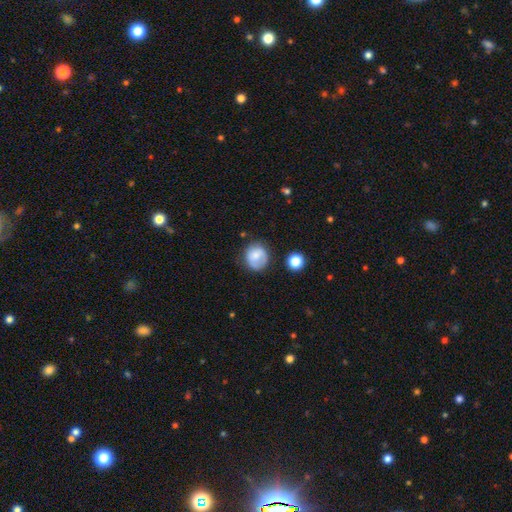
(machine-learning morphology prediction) Smooth or featured: smooth — 71% (featured or disk — 20%)
How rounded: round — 81% (in between — 18%)
Merging: none — 65% (minor disturbance — 23%)